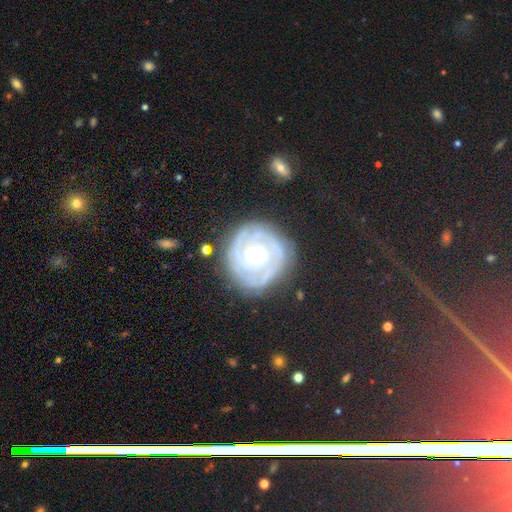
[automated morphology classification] Smooth or featured: featured or disk — 84% (smooth — 10%)
Edge-on disk: no — 97% (yes — 3%)
Bar: no — 64% (weak — 28%)
Spiral arms: yes — 93% (no — 7%)
Spiral winding: tight — 80% (medium — 16%)
Spiral arm count: can't tell — 31% (2 — 29%)
Bulge size: small — 65% (moderate — 31%)
Merging: none — 78% (minor disturbance — 15%)